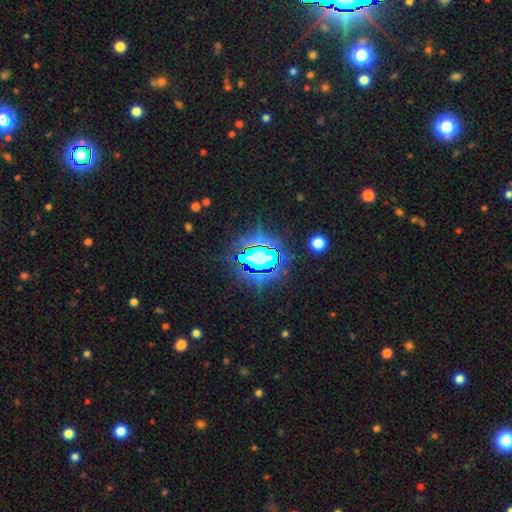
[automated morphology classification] Overall: star or artifact (80%).